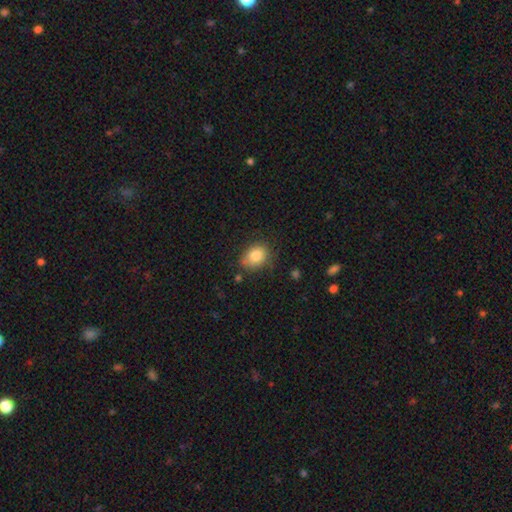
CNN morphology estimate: Overall: smooth (83%). How rounded: in between (62%; round 36%). Merging: none (70%).